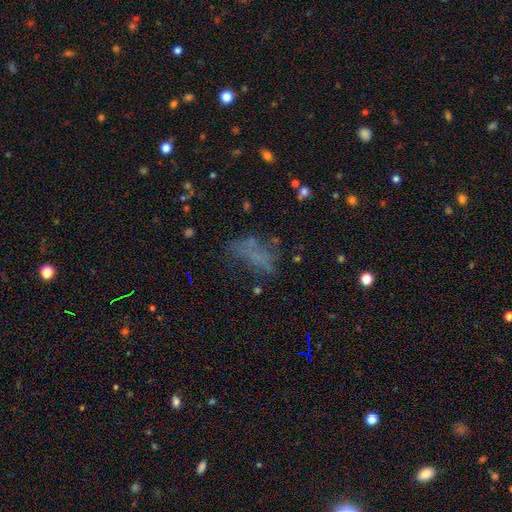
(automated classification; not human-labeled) Q: Smooth or featured?
A: smooth (49%); runner-up: star or artifact (26%)
Q: Merging?
A: none (39%); runner-up: major disturbance (31%)